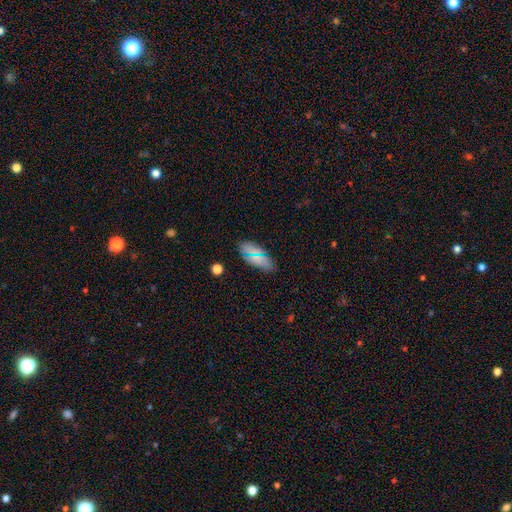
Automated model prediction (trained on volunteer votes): A smooth galaxy with no disk features (74%) that is in between round and cigar-shaped (87%).

Vote fractions:
- Smooth or featured? smooth: 74% / star or artifact: 14% / featured or disk: 12%
- How rounded? in between: 87% / cigar-shaped: 10% / round: 4%
- Merging? none: 83% / minor disturbance: 12% / major disturbance: 3% / merger: 2%